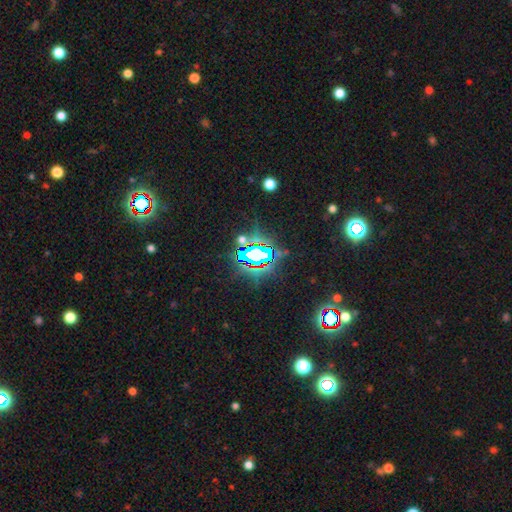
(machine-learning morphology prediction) A star or artifact, not a galaxy (75%).

Vote fractions:
- Smooth or featured? star or artifact: 75% / smooth: 14% / featured or disk: 11%